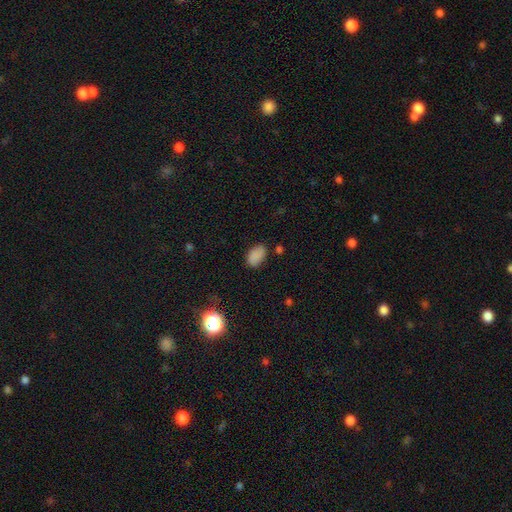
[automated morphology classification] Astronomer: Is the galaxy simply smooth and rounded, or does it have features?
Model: smooth — 84%.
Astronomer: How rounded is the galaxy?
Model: in between — 91%.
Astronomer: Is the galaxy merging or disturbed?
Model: none — 77%.